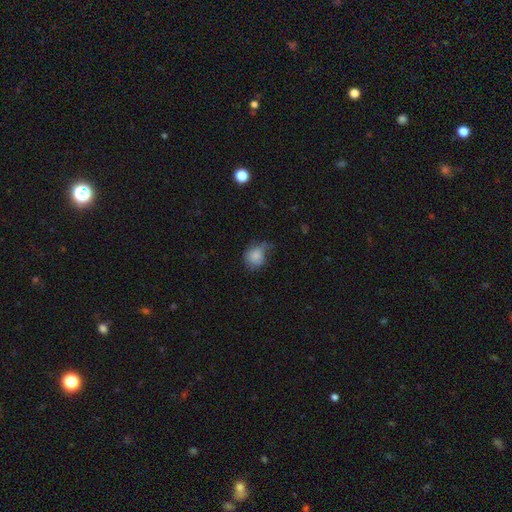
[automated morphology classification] A smooth galaxy with no disk features (79%) that is round (64%). Merging: minor disturbance (35%).